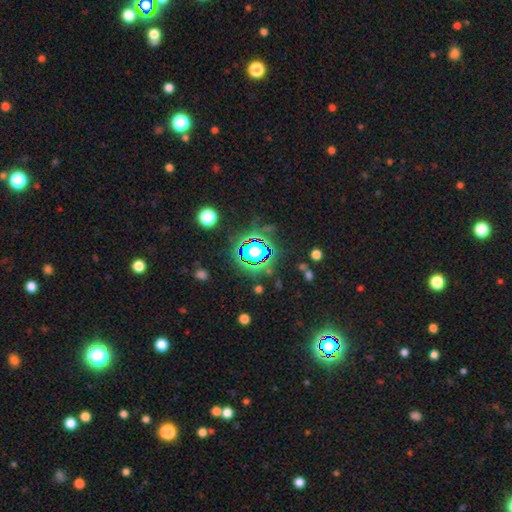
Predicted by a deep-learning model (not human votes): Smooth or featured? Predicted: star or artifact (p=0.61).